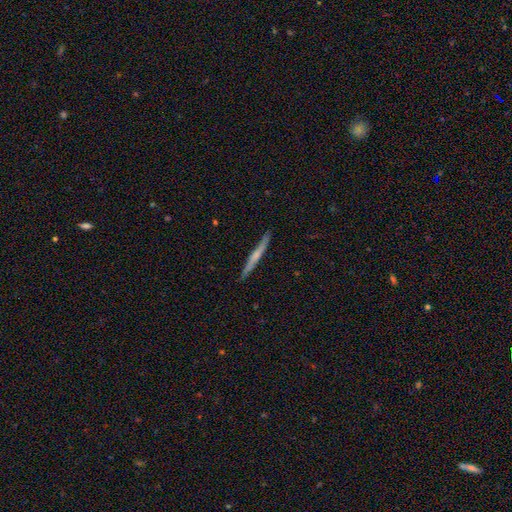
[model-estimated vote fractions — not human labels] Smooth or featured? Predicted: featured or disk (p=0.51). Edge-on disk? Predicted: yes (p=0.96). Merging? Predicted: none (p=0.89).